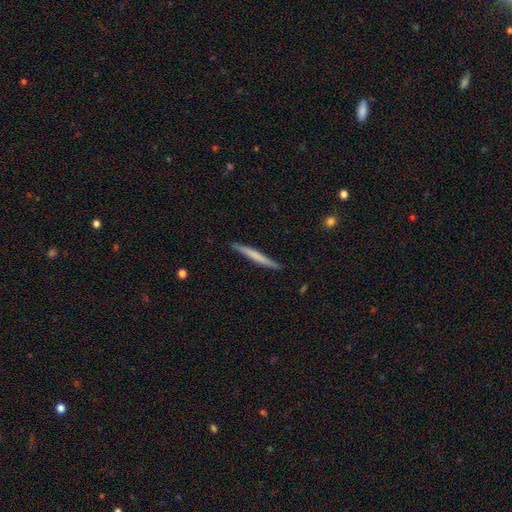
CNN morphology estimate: smooth 57%, featured or disk 38%, star or artifact 5%. Down the decision tree: how rounded — cigar-shaped (97%); merging — none (89%).